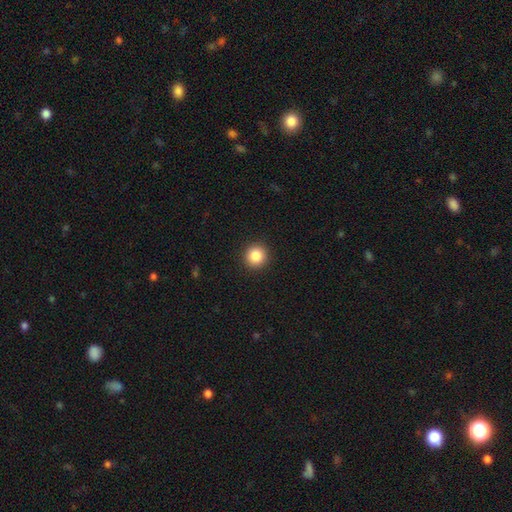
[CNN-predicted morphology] The model was most divided on "smooth or featured": smooth: 86%, star or artifact: 10%, featured or disk: 4%. More confident: how rounded — round (95%); merging — none (93%).